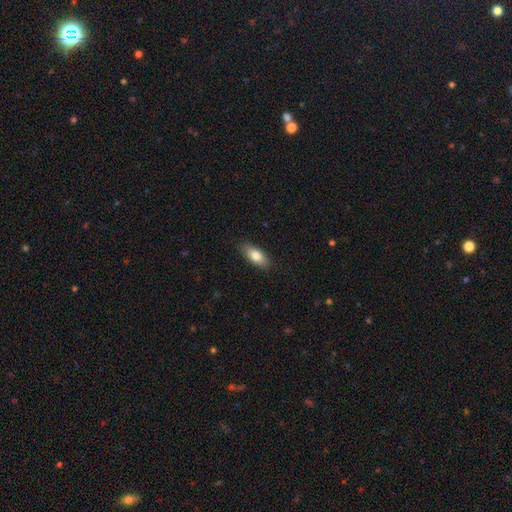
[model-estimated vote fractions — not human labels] Morphology: type=smooth (79%); roundness=in between (81%); merging=none (87%).